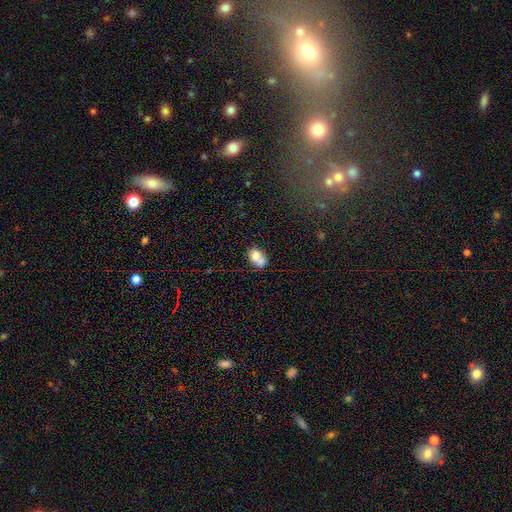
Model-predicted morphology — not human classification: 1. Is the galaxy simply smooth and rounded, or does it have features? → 70% smooth, 21% featured or disk, 10% star or artifact.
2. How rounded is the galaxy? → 56% in between, 43% round, 1% cigar-shaped.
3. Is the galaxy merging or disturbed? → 45% merger, 33% none, 15% minor disturbance, 7% major disturbance.